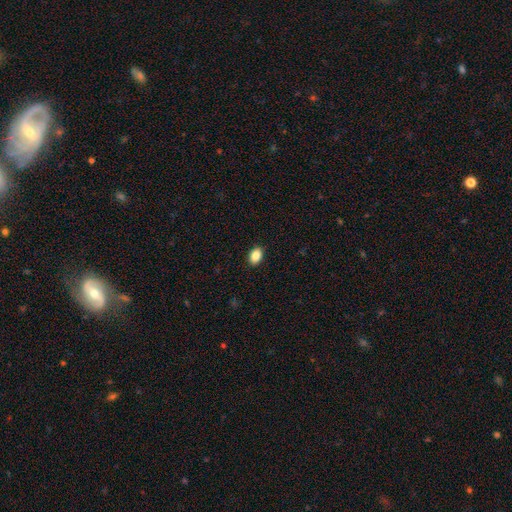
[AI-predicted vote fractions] Q: Smooth or featured?
A: smooth (87%); runner-up: star or artifact (8%)
Q: How rounded?
A: in between (83%); runner-up: round (16%)
Q: Merging?
A: none (90%); runner-up: minor disturbance (7%)